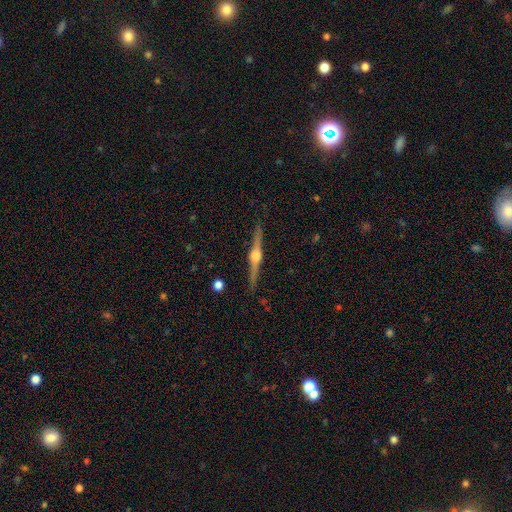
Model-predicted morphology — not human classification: Smooth or featured?
  - featured or disk: 87% *
  - smooth: 8%
  - star or artifact: 6%
Edge-on disk?
  - yes: 99% *
  - no: 1%
Edge-on bulge?
  - rounded: 94% *
  - boxy: 5%
  - none: 2%
Merging?
  - none: 90% *
  - minor disturbance: 7%
  - major disturbance: 1%
  - merger: 1%